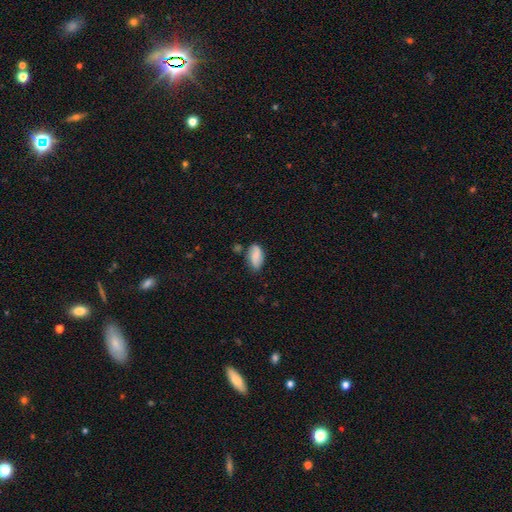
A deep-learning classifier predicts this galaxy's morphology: The model was most divided on "merging": none: 65%, minor disturbance: 24%, merger: 6%, major disturbance: 5%. More confident: how rounded — in between (92%); smooth or featured — smooth (76%).